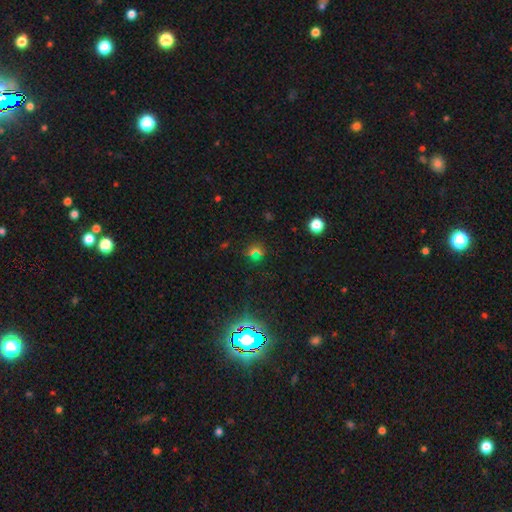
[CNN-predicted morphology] Smooth or featured: star or artifact — 53% (smooth — 37%)